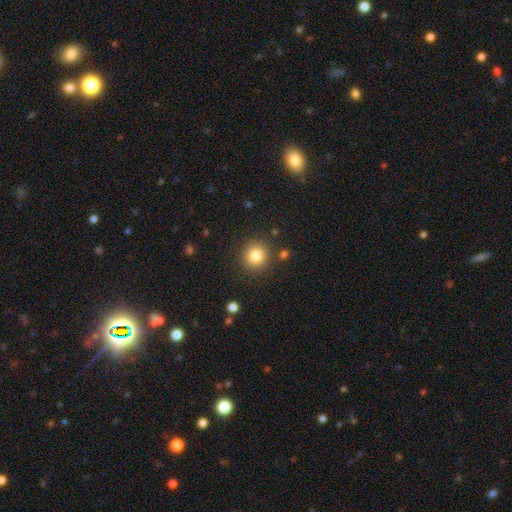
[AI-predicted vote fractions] This is clearly a smooth galaxy (82%). How rounded: clearly round (91%). Merging: clearly none (87%).